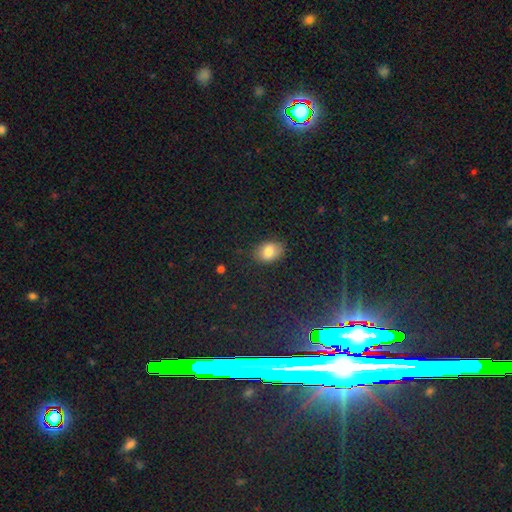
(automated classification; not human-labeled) Smooth or featured: star or artifact — 46% (smooth — 40%)